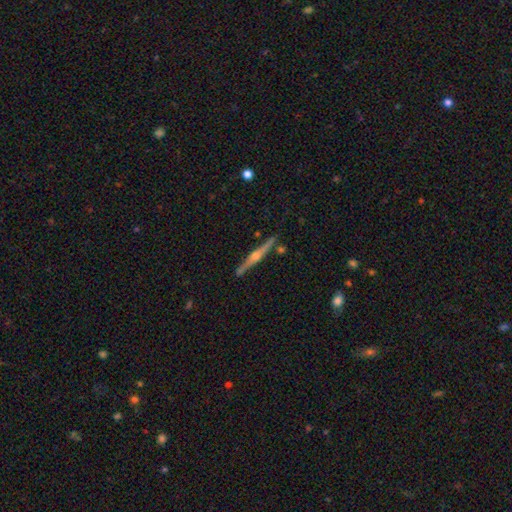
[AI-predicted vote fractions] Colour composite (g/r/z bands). It shows a featured or disk galaxy (82%) viewed edge-on (98%) with a rounded central bulge (93%). Merging: none (89%).